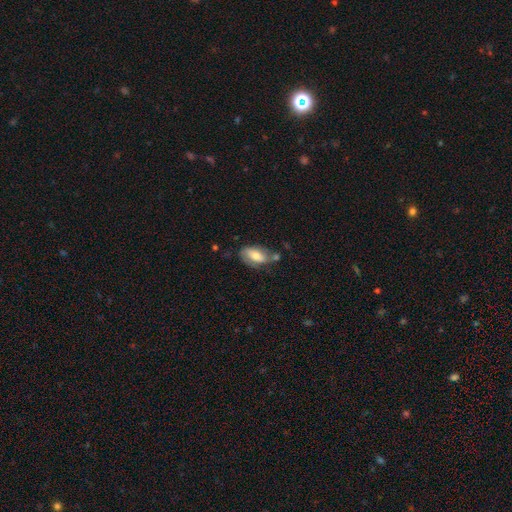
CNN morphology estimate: The model was most divided on "merging": none: 46%, minor disturbance: 29%, merger: 13%, major disturbance: 12%. More confident: how rounded — in between (89%); smooth or featured — smooth (62%).